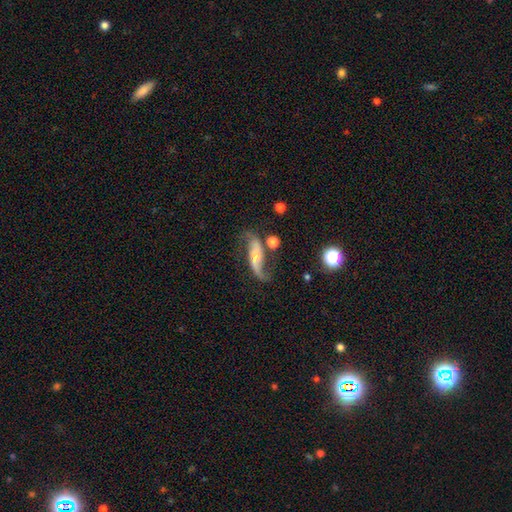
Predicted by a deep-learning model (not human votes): Smooth or featured: featured or disk — 80% (smooth — 13%)
Edge-on disk: no — 91% (yes — 9%)
Bar: no — 43% (weak — 32%)
Spiral arms: yes — 94% (no — 6%)
Spiral winding: loose — 84% (medium — 12%)
Spiral arm count: 2 — 89% (1 — 5%)
Bulge size: small — 58% (moderate — 28%)
Merging: none — 58% (minor disturbance — 18%)